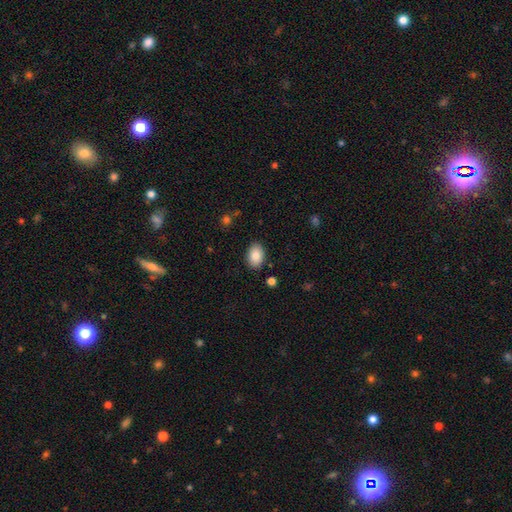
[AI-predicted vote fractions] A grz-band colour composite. It shows a smooth galaxy with no disk features (87%) that is in between round and cigar-shaped (86%). Merging: none (87%).